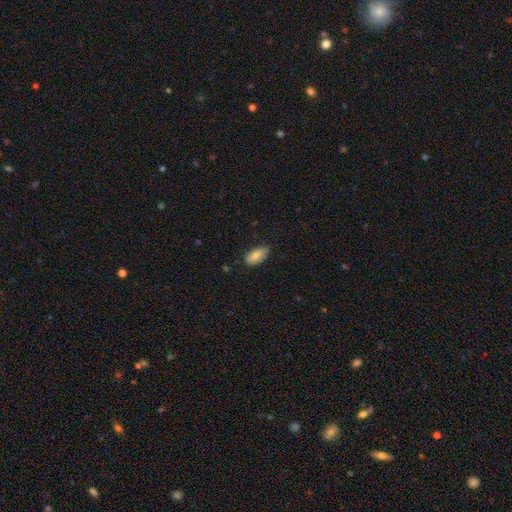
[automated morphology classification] This appears to be a smooth galaxy with no disk features (81%) that is in between round and cigar-shaped (92%). Merging: none (69%).